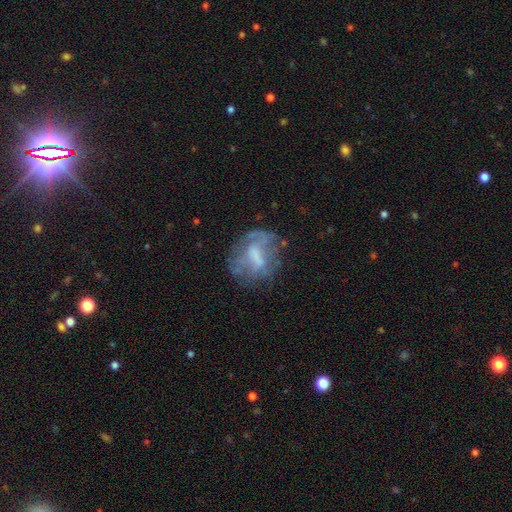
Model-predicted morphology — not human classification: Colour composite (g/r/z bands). It shows a featured or disk galaxy (56%) with a weak bar (40%), no spiral arms (70%) and no central bulge (38%). Merging: none (53%).